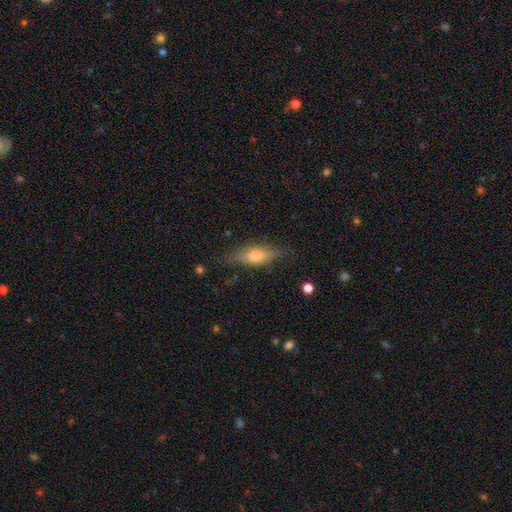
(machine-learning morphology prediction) Smooth or featured? Predicted: smooth (p=0.58). How rounded? Predicted: in between (p=0.55). Merging? Predicted: none (p=0.77).